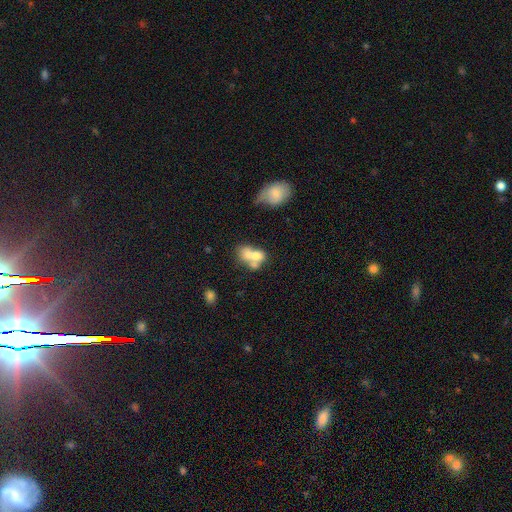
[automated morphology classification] Smooth or featured? Predicted: smooth (p=0.63). How rounded? Predicted: in between (p=0.62). Merging? Predicted: merger (p=0.65).